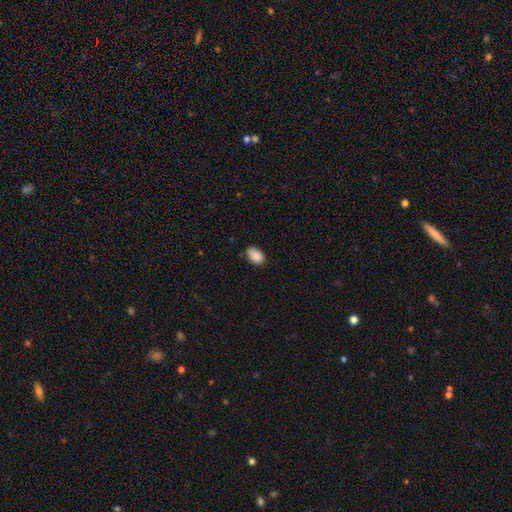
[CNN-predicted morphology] Smooth or featured: smooth — 89% (star or artifact — 7%)
How rounded: in between — 90% (round — 8%)
Merging: none — 78% (minor disturbance — 18%)